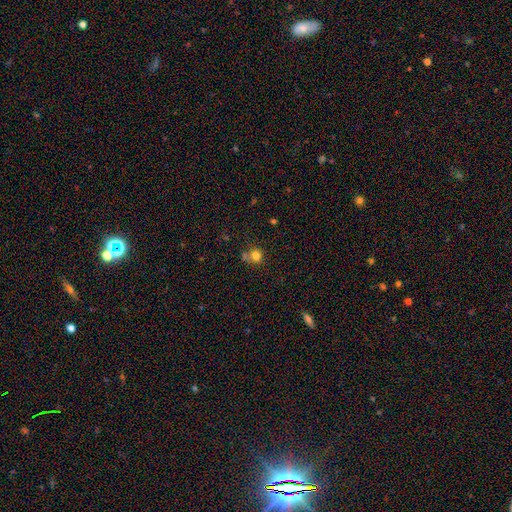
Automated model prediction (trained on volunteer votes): Smooth or featured? smooth (78%)
How rounded? round (84%)
Merging? none (54%)